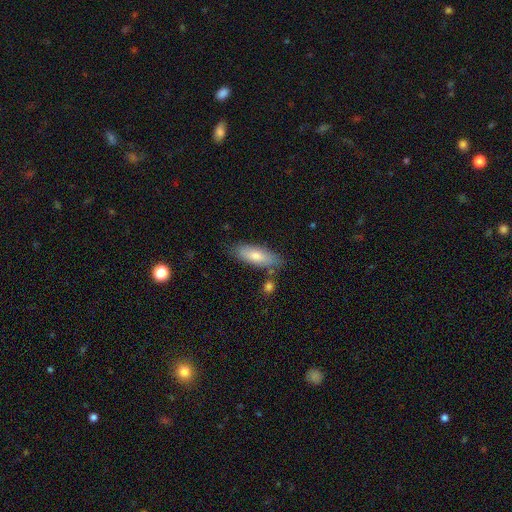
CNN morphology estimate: smooth-or-featured: smooth: 73% | featured or disk: 20% | star or artifact: 6%
  how-rounded: in between: 64% | cigar-shaped: 34% | round: 2%
  merging: none: 76% | minor disturbance: 15% | merger: 5% | major disturbance: 3%